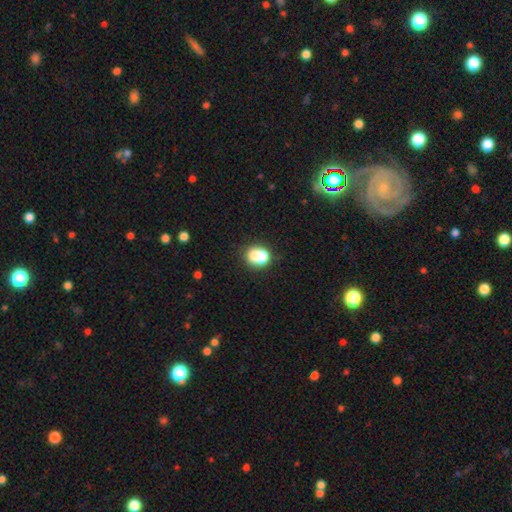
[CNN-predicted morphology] type=smooth (69%); roundness=round (68%); merging=merger (49%).